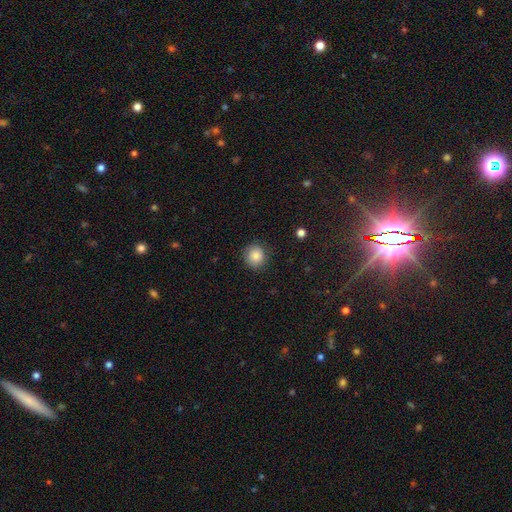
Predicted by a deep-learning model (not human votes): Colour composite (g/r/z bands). It shows a smooth galaxy with no disk features (84%) that is round (90%). Merging: none (85%).